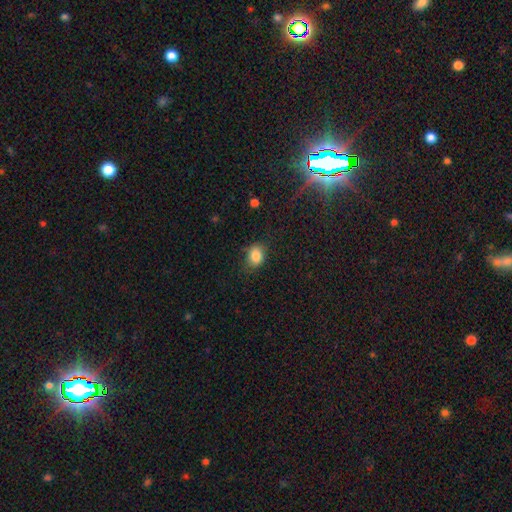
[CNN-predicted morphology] Smooth or featured? Predicted: smooth (p=0.84). How rounded? Predicted: in between (p=0.57). Merging? Predicted: none (p=0.74).